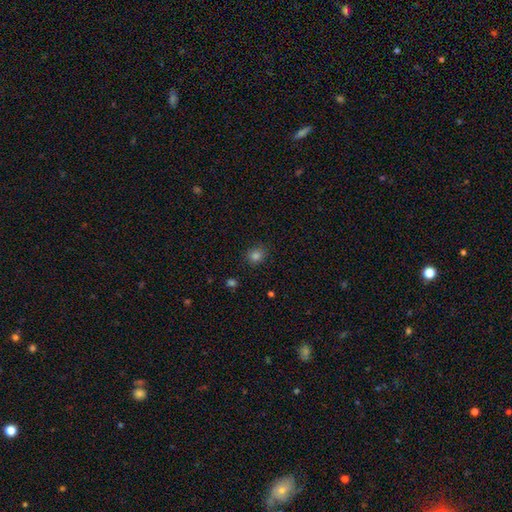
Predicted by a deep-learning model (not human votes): This is clearly a smooth galaxy (82%). How rounded: likely round (73%). Merging: clearly none (87%).